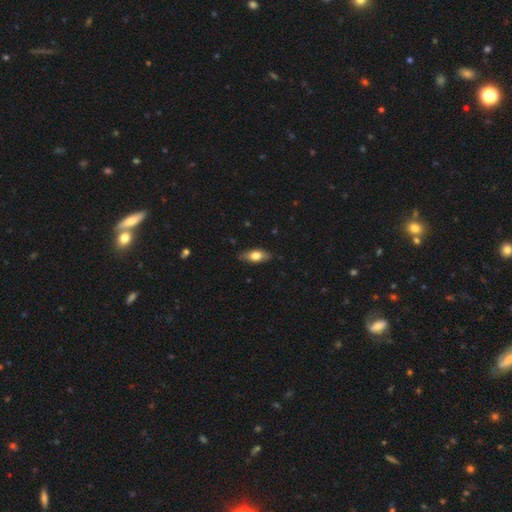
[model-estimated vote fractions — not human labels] Smooth or featured?
  - smooth: 67% *
  - featured or disk: 27%
  - star or artifact: 6%
How rounded?
  - in between: 79% *
  - cigar-shaped: 17%
  - round: 4%
Merging?
  - none: 84% *
  - minor disturbance: 13%
  - major disturbance: 2%
  - merger: 1%